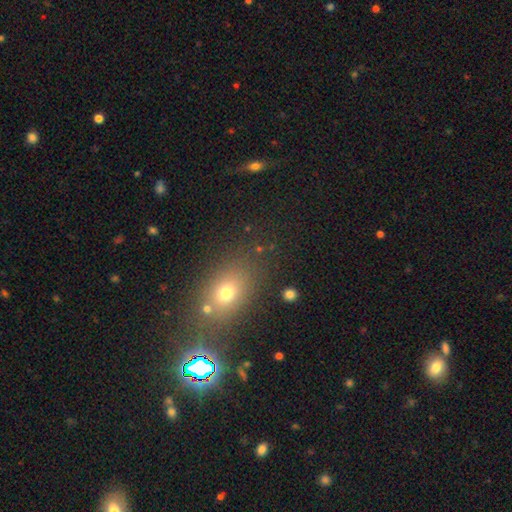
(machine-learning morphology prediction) A smooth galaxy with no disk features (50%) that is in between round and cigar-shaped (51%). Merging: none (76%).